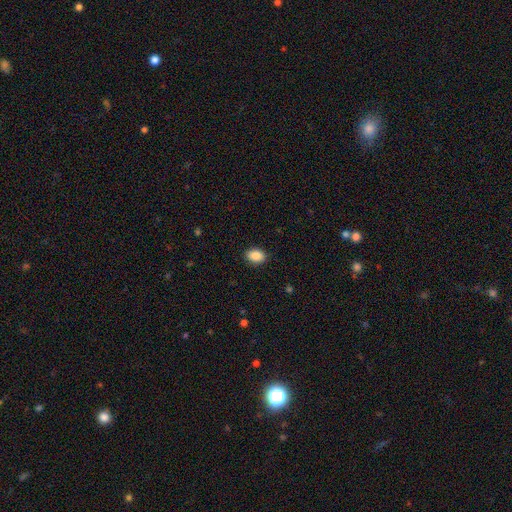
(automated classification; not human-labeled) Q: Smooth or featured?
A: smooth (88%); runner-up: star or artifact (8%)
Q: How rounded?
A: in between (79%); runner-up: round (20%)
Q: Merging?
A: none (89%); runner-up: minor disturbance (8%)